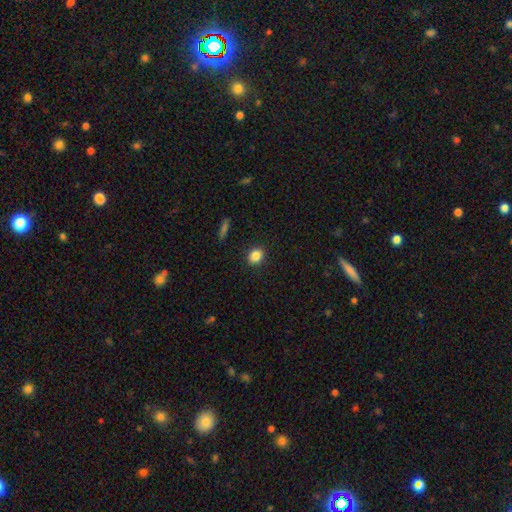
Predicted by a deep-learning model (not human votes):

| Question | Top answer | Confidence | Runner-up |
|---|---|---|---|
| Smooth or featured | smooth | 85% | star or artifact (10%) |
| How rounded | round | 69% | in between (30%) |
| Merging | none | 91% | minor disturbance (6%) |